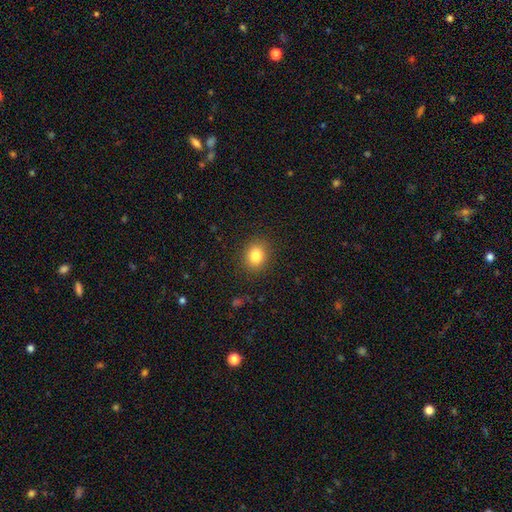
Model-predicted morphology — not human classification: Overall: smooth (83%). How rounded: round (66%; in between 34%). Merging: none (89%).